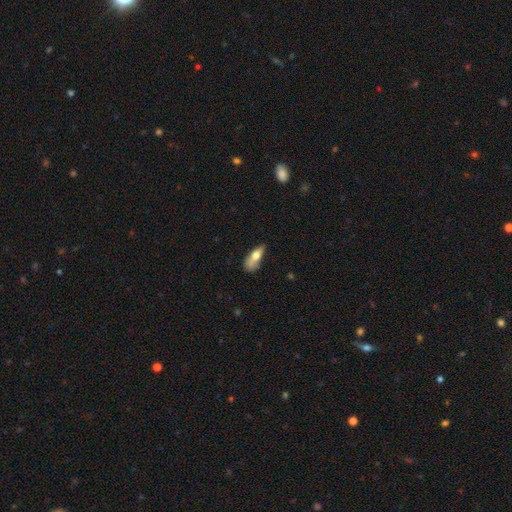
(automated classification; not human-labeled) Q: Smooth or featured?
A: smooth (67%); runner-up: featured or disk (26%)
Q: How rounded?
A: in between (66%); runner-up: cigar-shaped (30%)
Q: Merging?
A: minor disturbance (34%); tied with: none (34%)